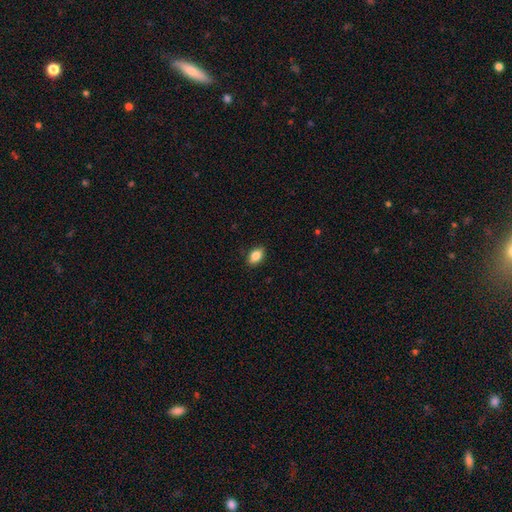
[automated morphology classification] Overall: smooth (85%). How rounded: in between (87%). Merging: none (88%).